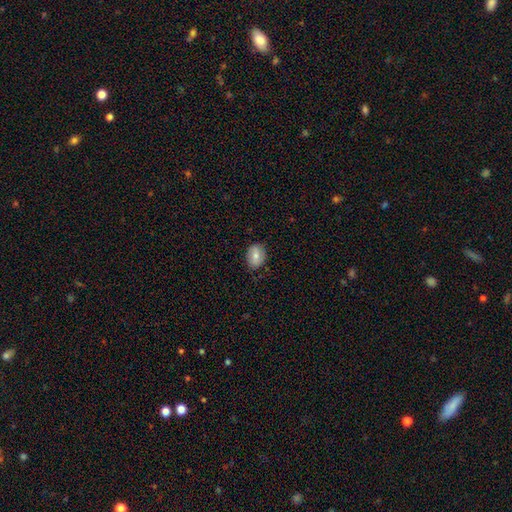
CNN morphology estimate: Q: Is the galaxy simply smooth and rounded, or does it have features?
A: smooth — 74%.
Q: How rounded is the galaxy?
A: in between — 70%.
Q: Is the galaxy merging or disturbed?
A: none — 81%.